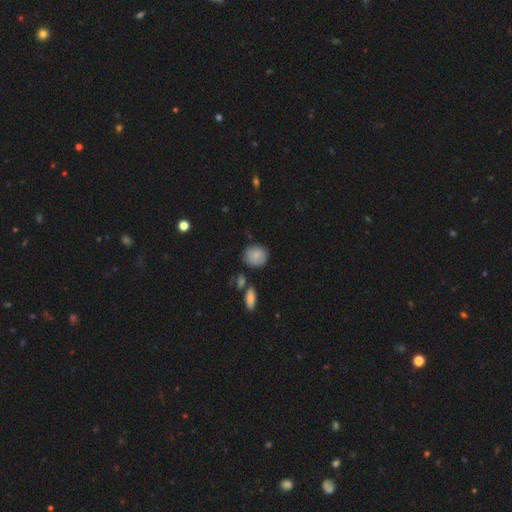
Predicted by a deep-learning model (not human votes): A smooth galaxy with no disk features (82%) that is round (75%).

Vote fractions:
- Smooth or featured? smooth: 82% / featured or disk: 11% / star or artifact: 8%
- How rounded? round: 75% / in between: 24% / cigar-shaped: 1%
- Merging? none: 78% / minor disturbance: 14% / merger: 5% / major disturbance: 3%